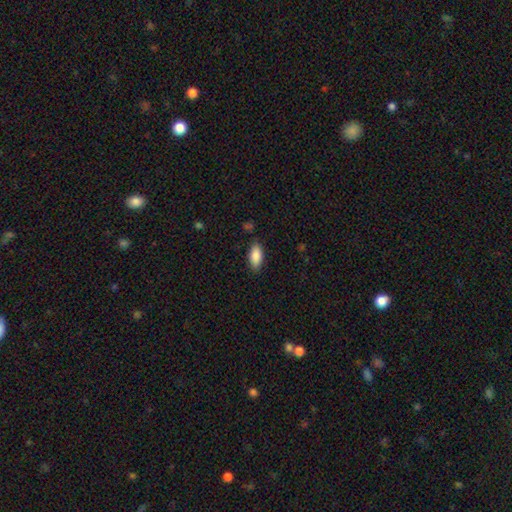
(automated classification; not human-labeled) Smooth or featured? Predicted: smooth (p=0.87). How rounded? Predicted: in between (p=0.89). Merging? Predicted: none (p=0.83).